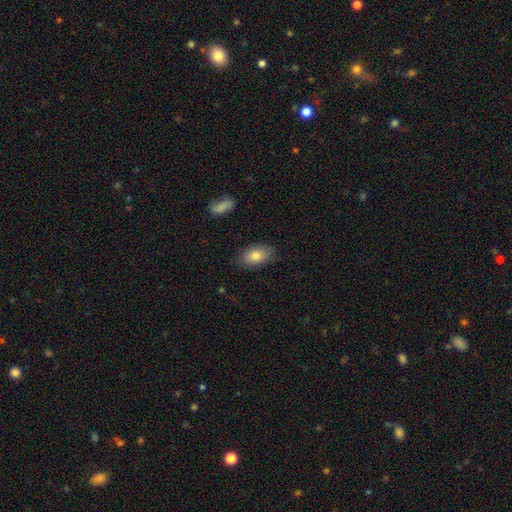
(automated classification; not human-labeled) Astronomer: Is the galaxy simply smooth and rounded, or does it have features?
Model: smooth — 81%.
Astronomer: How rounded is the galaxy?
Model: in between — 92%.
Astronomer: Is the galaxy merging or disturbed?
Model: none — 85%.